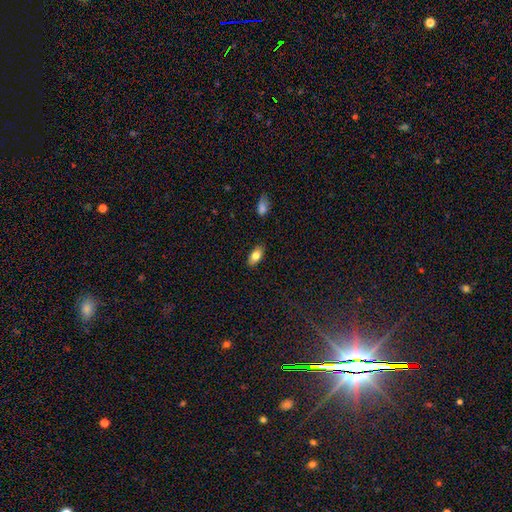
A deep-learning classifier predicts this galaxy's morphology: Overall: smooth (78%). How rounded: in between (89%). Merging: none (87%).